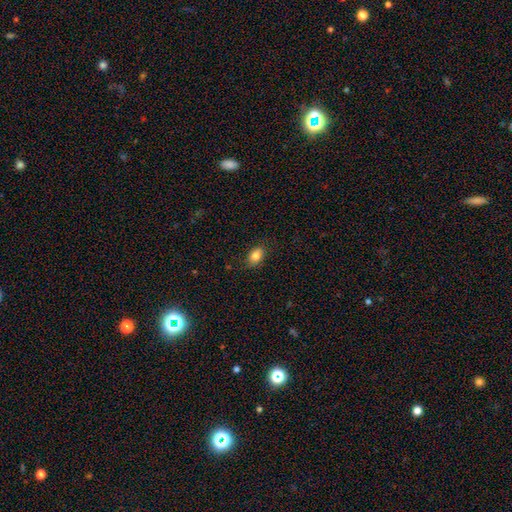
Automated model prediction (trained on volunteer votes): Smooth or featured? Predicted: smooth (p=0.83). How rounded? Predicted: in between (p=0.77). Merging? Predicted: none (p=0.83).